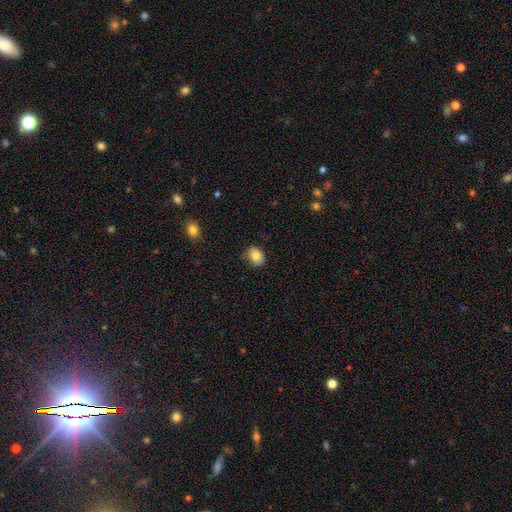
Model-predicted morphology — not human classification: Smooth or featured?
  - smooth: 82% *
  - star or artifact: 9%
  - featured or disk: 8%
How rounded?
  - in between: 53% *
  - round: 46%
  - cigar-shaped: 1%
Merging?
  - none: 69% *
  - minor disturbance: 25%
  - major disturbance: 5%
  - merger: 2%